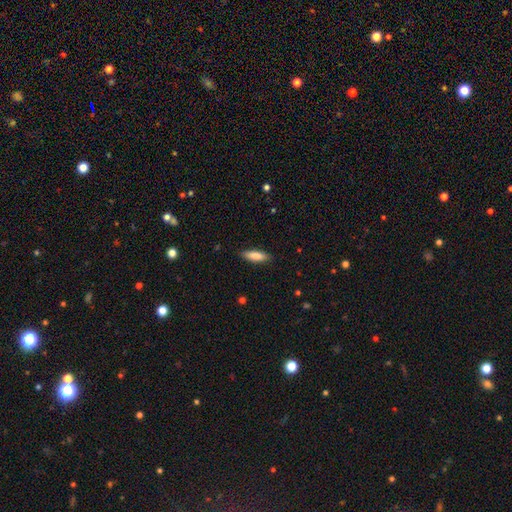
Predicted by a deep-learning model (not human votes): Smooth or featured? Predicted: smooth (p=0.83). How rounded? Predicted: cigar-shaped (p=0.53). Merging? Predicted: none (p=0.87).